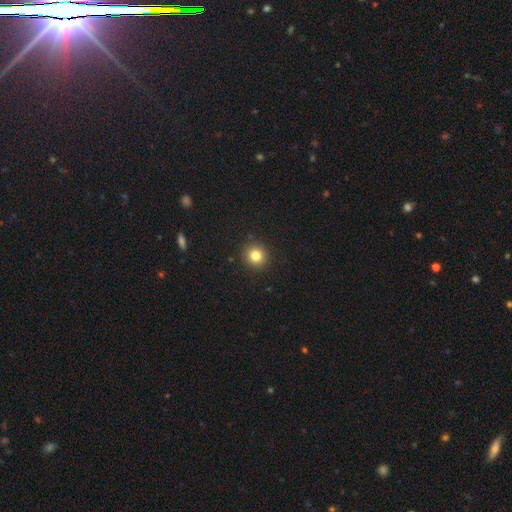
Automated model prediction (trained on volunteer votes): Morphology: type=smooth (82%); roundness=round (91%); merging=none (91%).